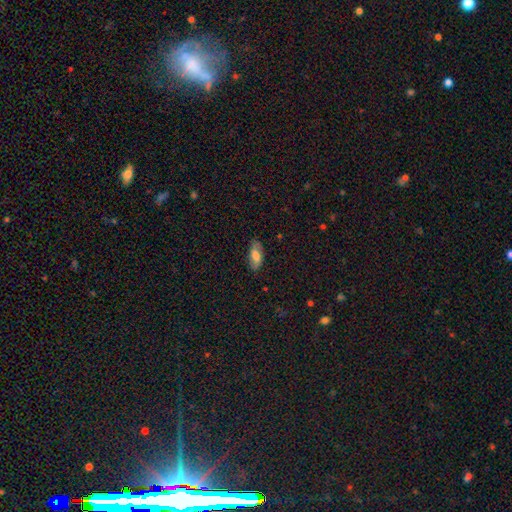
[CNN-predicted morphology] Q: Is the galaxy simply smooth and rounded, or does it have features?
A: smooth — 67%.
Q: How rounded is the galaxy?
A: in between — 82%.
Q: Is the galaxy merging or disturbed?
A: none — 79%.